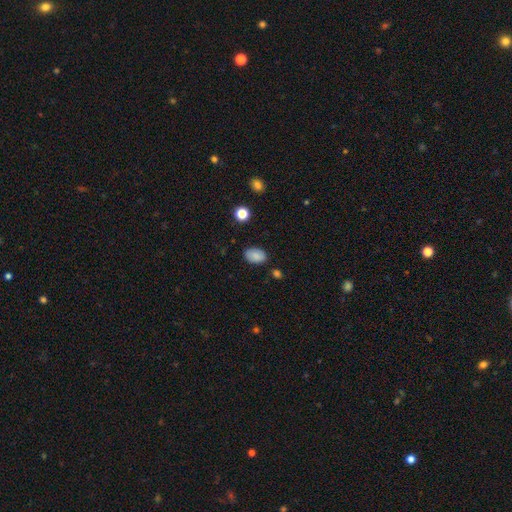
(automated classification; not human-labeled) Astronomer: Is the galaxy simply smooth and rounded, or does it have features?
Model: smooth — 85%.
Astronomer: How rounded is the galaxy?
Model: in between — 88%.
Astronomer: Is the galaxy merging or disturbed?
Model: none — 82%.